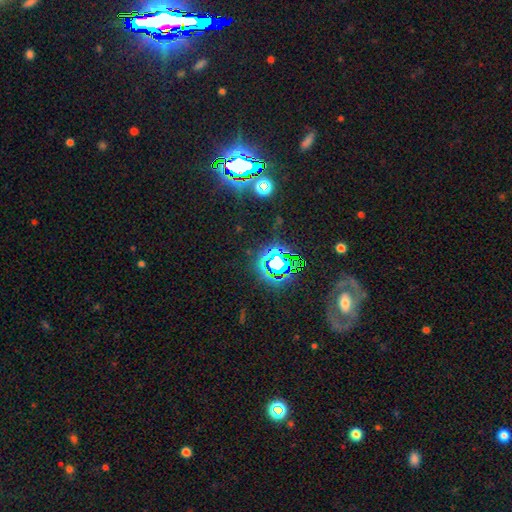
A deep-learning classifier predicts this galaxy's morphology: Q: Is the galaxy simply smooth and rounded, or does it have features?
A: star or artifact — 63%.